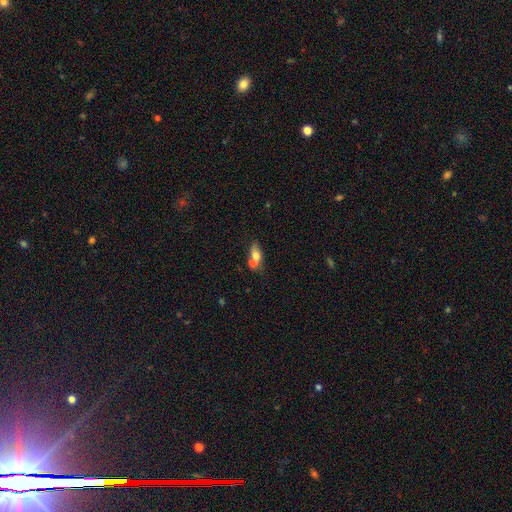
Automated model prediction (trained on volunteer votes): Morphology: type=smooth (67%); roundness=in between (68%); merging=merger (54%).